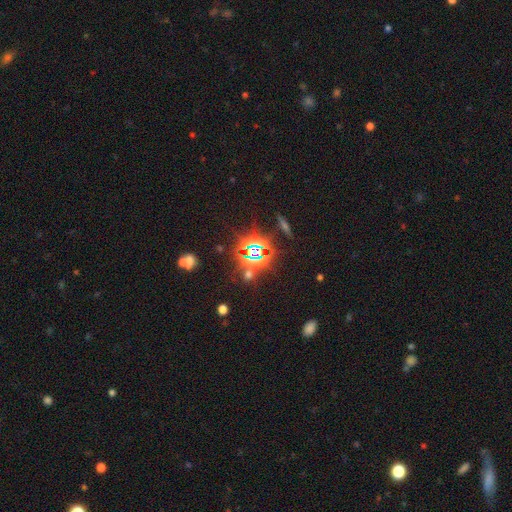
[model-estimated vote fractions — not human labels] star or artifact 82%, smooth 11%, featured or disk 8%.